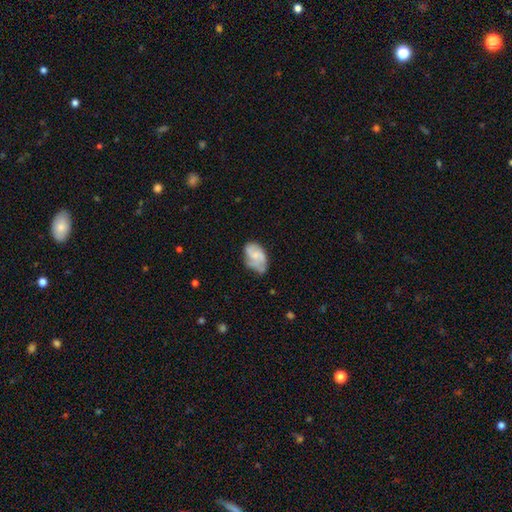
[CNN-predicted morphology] Smooth or featured? featured or disk (52%)
Edge-on disk? no (97%)
Bar? no (67%)
Spiral arms? yes (81%)
Bulge size? small (45%)
Merging? none (46%)